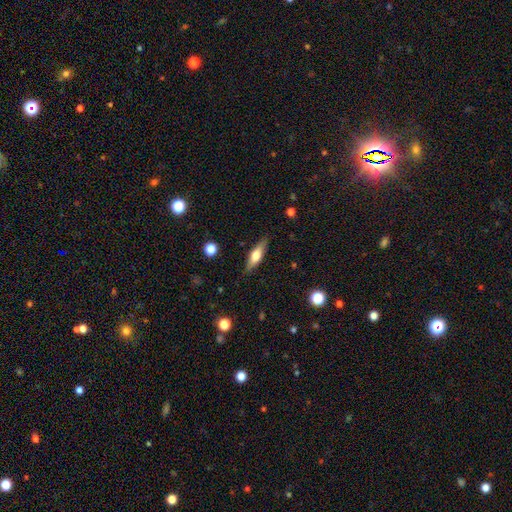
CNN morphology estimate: Smooth or featured? smooth (53%)
How rounded? cigar-shaped (57%)
Merging? none (86%)